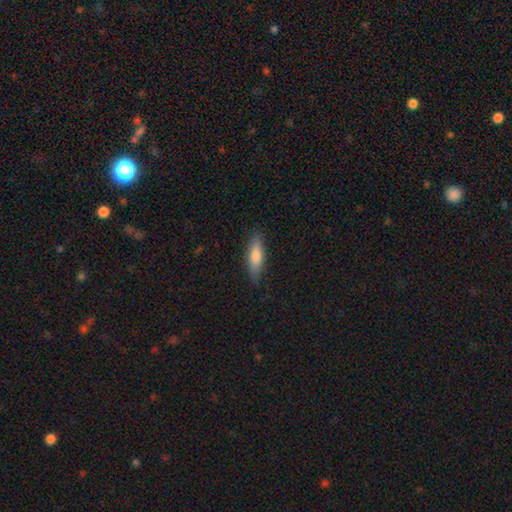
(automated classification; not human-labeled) Q: Smooth or featured?
A: smooth (76%); runner-up: featured or disk (19%)
Q: How rounded?
A: cigar-shaped (56%); runner-up: in between (42%)
Q: Merging?
A: none (84%); runner-up: minor disturbance (12%)